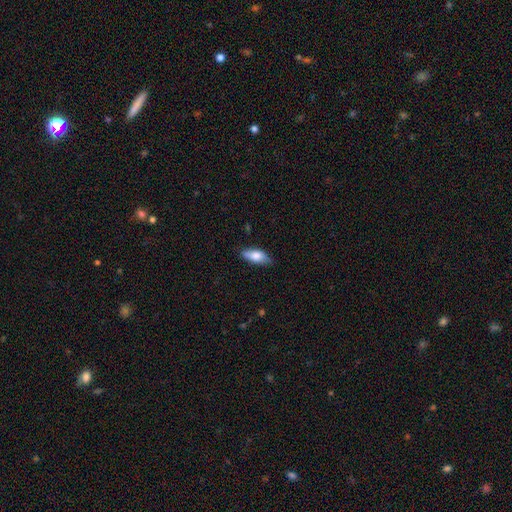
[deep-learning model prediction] The model was most divided on "smooth or featured": smooth: 73%, featured or disk: 21%, star or artifact: 6%. More confident: how rounded — in between (79%); merging — none (76%).